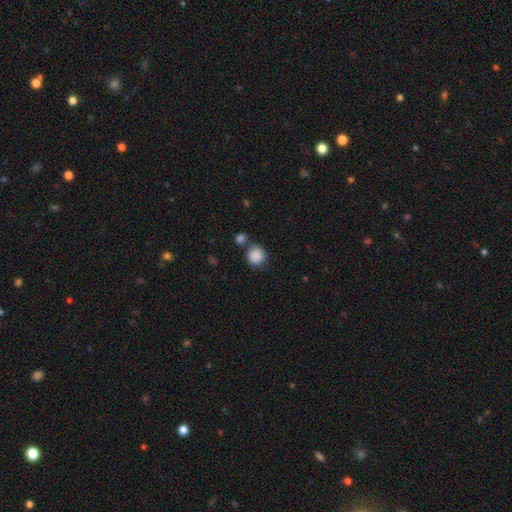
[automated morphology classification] Smooth or featured: smooth — 88% (star or artifact — 8%)
How rounded: round — 88% (in between — 11%)
Merging: none — 65% (merger — 19%)